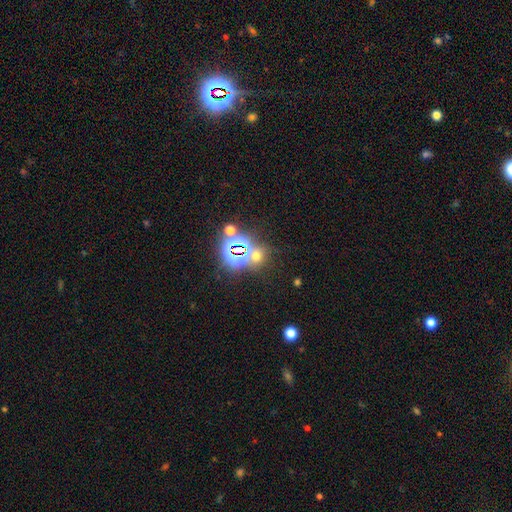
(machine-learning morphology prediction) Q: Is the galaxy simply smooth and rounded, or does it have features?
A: star or artifact — 51%.